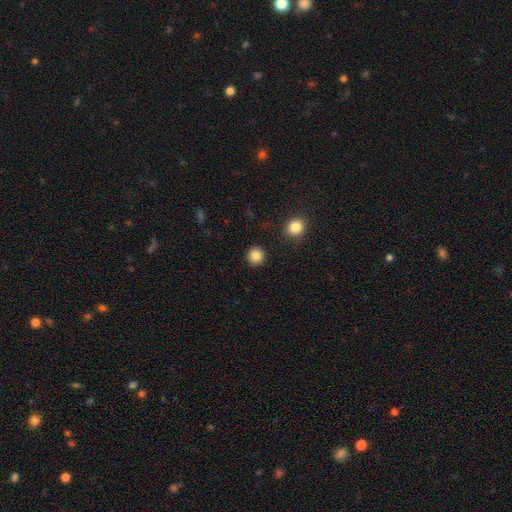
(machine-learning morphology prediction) This is clearly a smooth galaxy (85%). How rounded: clearly round (93%). Merging: clearly none (92%).